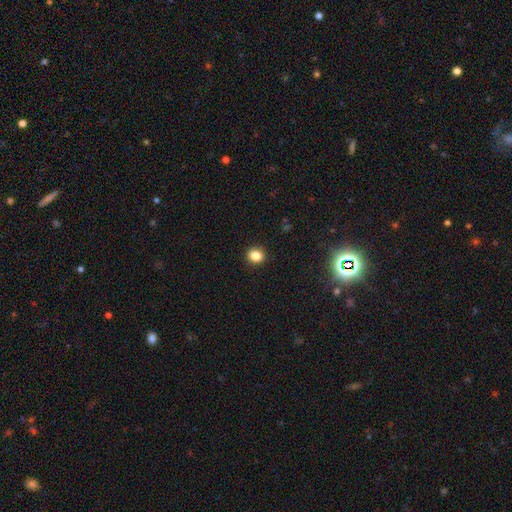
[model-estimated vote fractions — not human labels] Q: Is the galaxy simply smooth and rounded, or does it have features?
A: smooth — 85%.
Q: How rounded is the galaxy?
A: round — 67%.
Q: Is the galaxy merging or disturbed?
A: none — 91%.